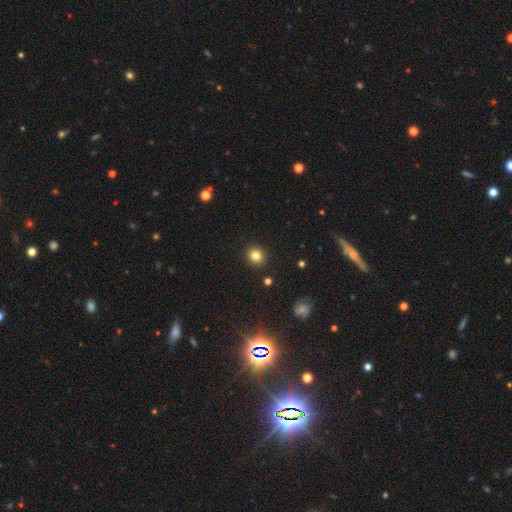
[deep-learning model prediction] Morphology: type=smooth (82%); roundness=round (86%); merging=none (91%).